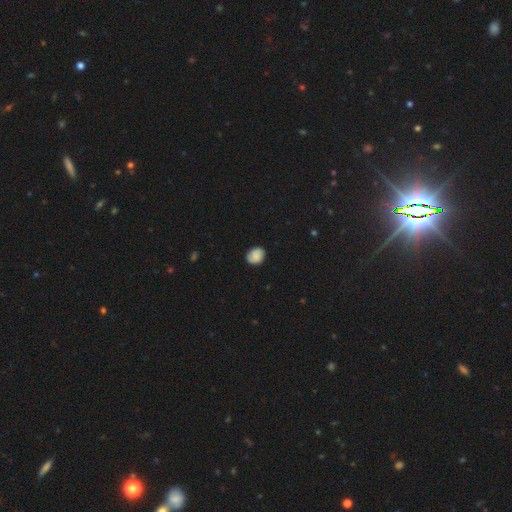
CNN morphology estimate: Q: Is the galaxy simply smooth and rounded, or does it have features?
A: smooth — 80%.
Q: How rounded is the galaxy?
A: round — 59%.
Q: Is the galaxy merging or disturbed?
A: none — 83%.